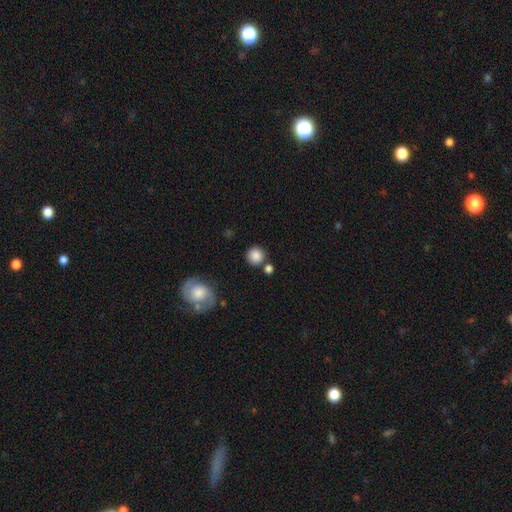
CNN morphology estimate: Smooth or featured? smooth (85%)
How rounded? round (92%)
Merging? none (77%)